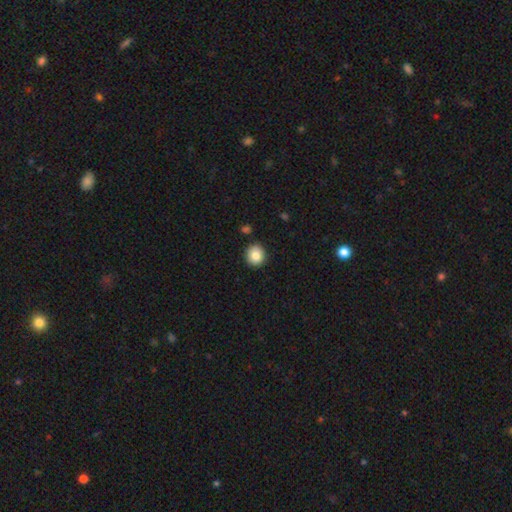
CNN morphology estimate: smooth-or-featured: smooth: 84% | star or artifact: 9% | featured or disk: 7%
  how-rounded: round: 89% | in between: 10% | cigar-shaped: 1%
  merging: none: 89% | minor disturbance: 7% | merger: 2% | major disturbance: 2%